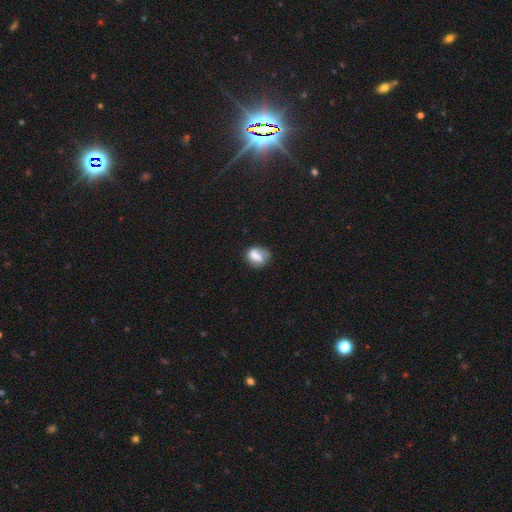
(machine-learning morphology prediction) The model was most divided on "how rounded": in between: 52%, round: 45%, cigar-shaped: 2%. More confident: smooth or featured — smooth (75%); merging — none (56%).